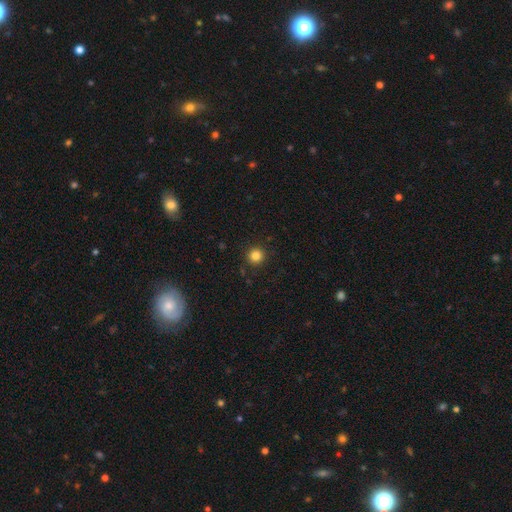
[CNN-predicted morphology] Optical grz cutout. It shows a smooth galaxy with no disk features (83%) that is round (94%). Merging: none (91%).